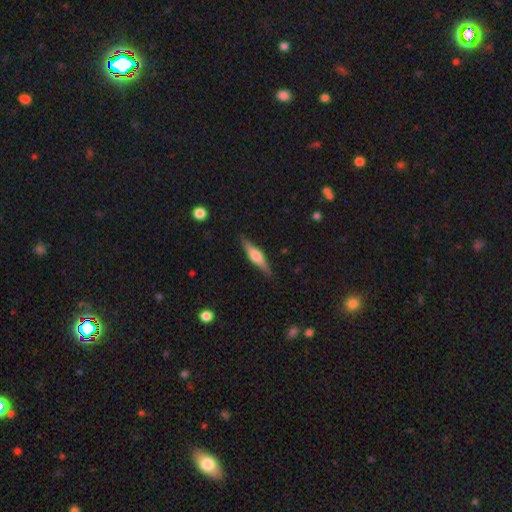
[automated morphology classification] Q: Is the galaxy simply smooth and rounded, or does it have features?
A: featured or disk — 58%.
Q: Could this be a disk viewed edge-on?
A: yes — 96%.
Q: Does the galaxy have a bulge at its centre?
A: rounded — 83%.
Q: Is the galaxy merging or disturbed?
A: none — 88%.